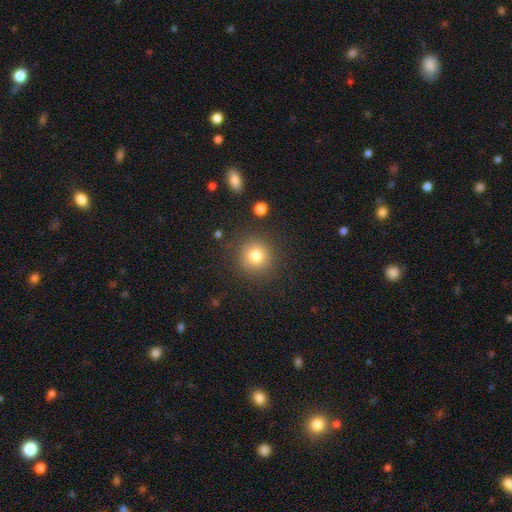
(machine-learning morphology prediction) A smooth galaxy with no disk features (79%) that is round (93%).

Vote fractions:
- Smooth or featured? smooth: 79% / star or artifact: 13% / featured or disk: 8%
- How rounded? round: 93% / in between: 6% / cigar-shaped: 1%
- Merging? none: 87% / minor disturbance: 8% / major disturbance: 3% / merger: 2%